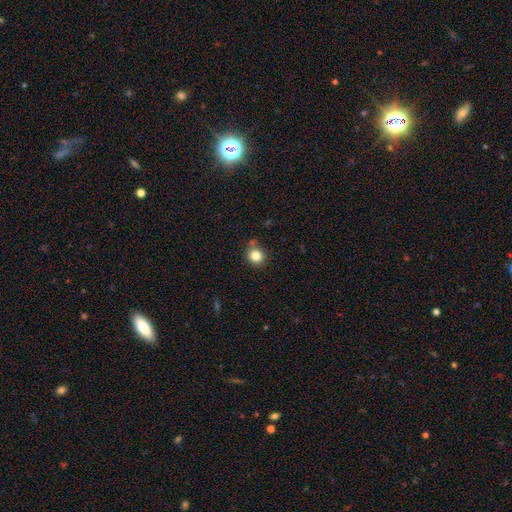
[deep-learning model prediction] Smooth or featured? Predicted: smooth (p=0.83). How rounded? Predicted: round (p=0.81). Merging? Predicted: none (p=0.79).